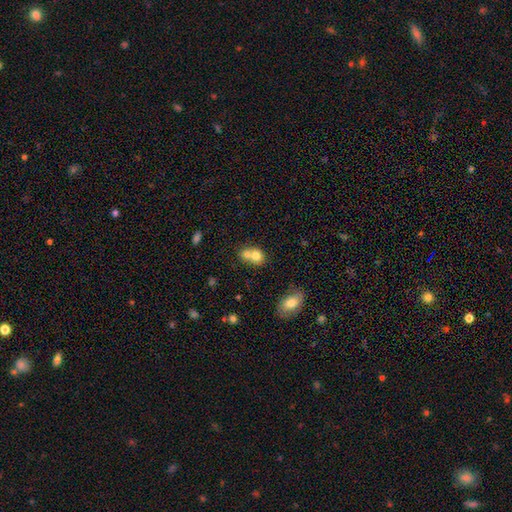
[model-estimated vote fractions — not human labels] Morphology: type=smooth (75%); roundness=round (64%); merging=merger (63%).